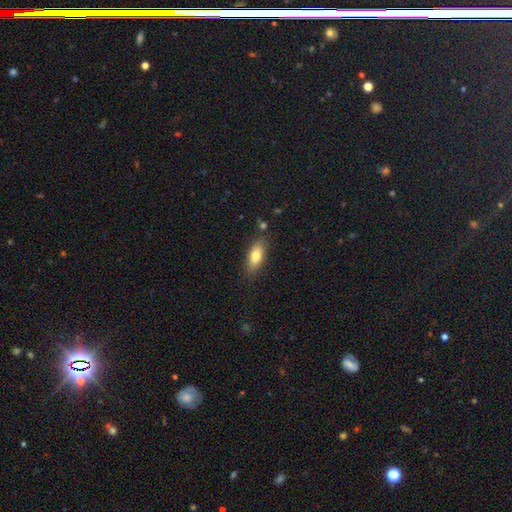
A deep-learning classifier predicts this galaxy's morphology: This is likely a smooth galaxy (78%). How rounded: likely in between (77%). Merging: clearly none (81%).